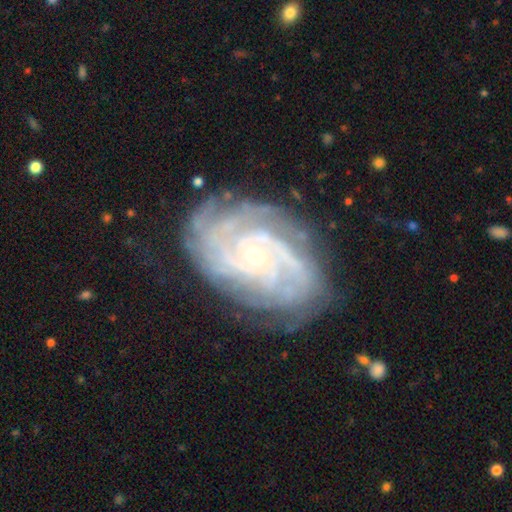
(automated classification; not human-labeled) smooth_or_featured: featured or disk (p=0.90) [alt: star or artifact p=0.06]
disk_edge_on: no (p=0.97) [alt: yes p=0.03]
bar: no (p=0.69) [alt: weak p=0.23]
has_spiral_arms: yes (p=0.98) [alt: no p=0.02]
spiral_winding: tight (p=0.77) [alt: medium p=0.20]
spiral_arm_count: can't tell (p=0.23) [alt: 4 p=0.20]
bulge_size: small (p=0.69) [alt: moderate p=0.27]
merging: none (p=0.78) [alt: minor disturbance p=0.16]